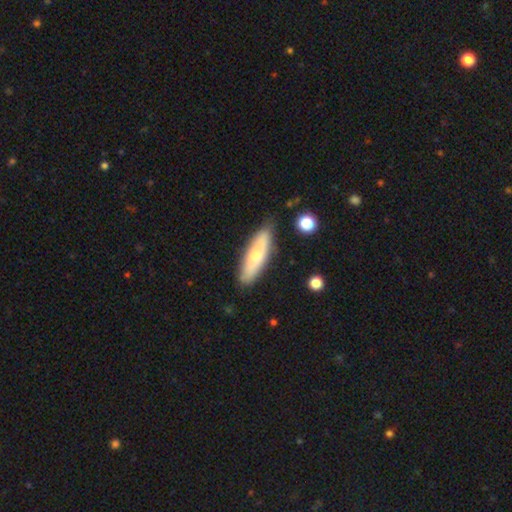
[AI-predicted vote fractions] Smooth or featured?
  - smooth: 64% *
  - featured or disk: 30%
  - star or artifact: 6%
How rounded?
  - cigar-shaped: 60% *
  - in between: 38%
  - round: 2%
Merging?
  - none: 80% *
  - minor disturbance: 15%
  - major disturbance: 3%
  - merger: 2%